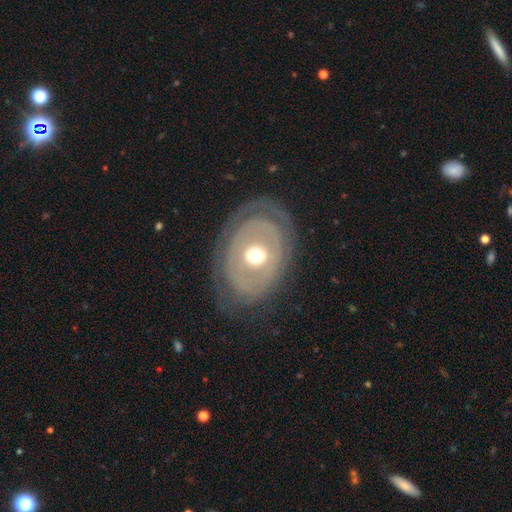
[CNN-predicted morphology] Q: Smooth or featured?
A: featured or disk (68%); runner-up: smooth (26%)
Q: Edge-on disk?
A: no (94%); runner-up: yes (6%)
Q: Bar?
A: no (78%); runner-up: weak (15%)
Q: Spiral arms?
A: no (66%); runner-up: yes (34%)
Q: Bulge size?
A: moderate (69%); runner-up: large (18%)
Q: Merging?
A: none (71%); runner-up: minor disturbance (16%)